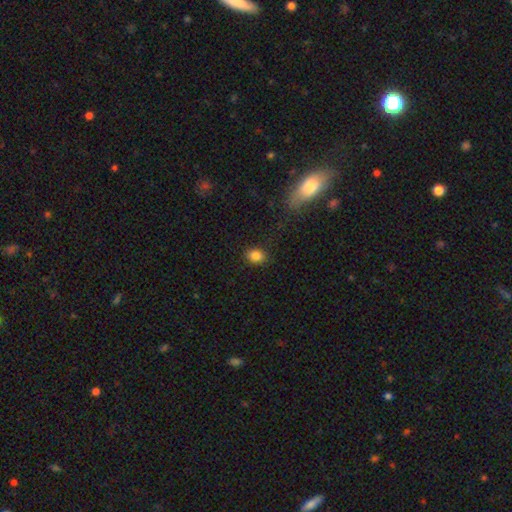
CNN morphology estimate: type=smooth (85%); roundness=in between (57%); merging=none (86%).